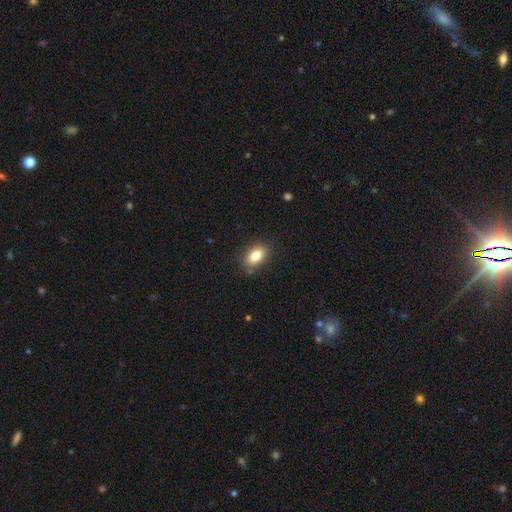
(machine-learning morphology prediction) Smooth or featured? smooth (81%)
How rounded? in between (87%)
Merging? none (84%)